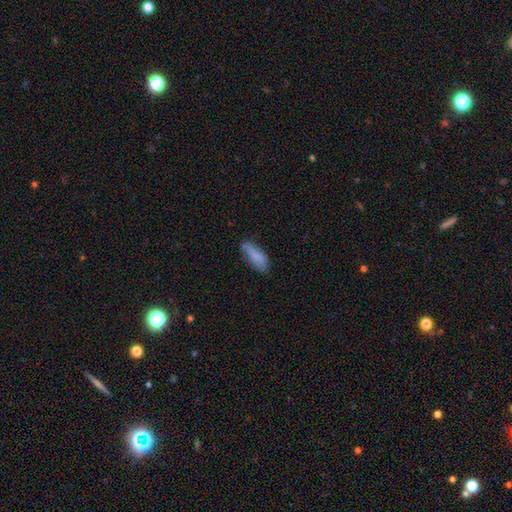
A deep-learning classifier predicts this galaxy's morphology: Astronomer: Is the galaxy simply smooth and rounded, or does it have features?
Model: smooth — 78%.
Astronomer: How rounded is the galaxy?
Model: in between — 62%.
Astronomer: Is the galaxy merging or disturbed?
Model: none — 55% (runner-up: minor disturbance, 32%).